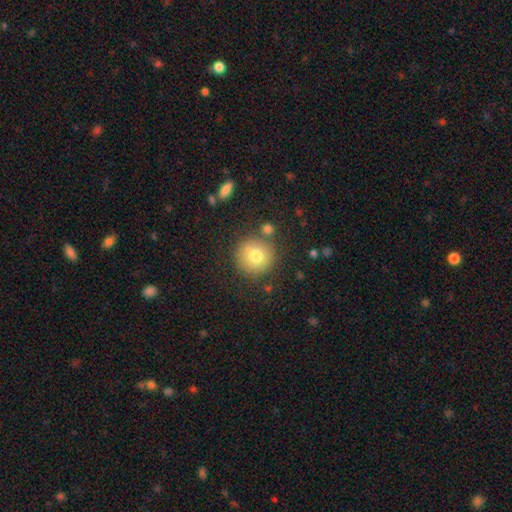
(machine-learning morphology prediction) Smooth or featured: smooth — 75% (featured or disk — 14%)
How rounded: round — 94% (in between — 5%)
Merging: none — 81% (minor disturbance — 10%)